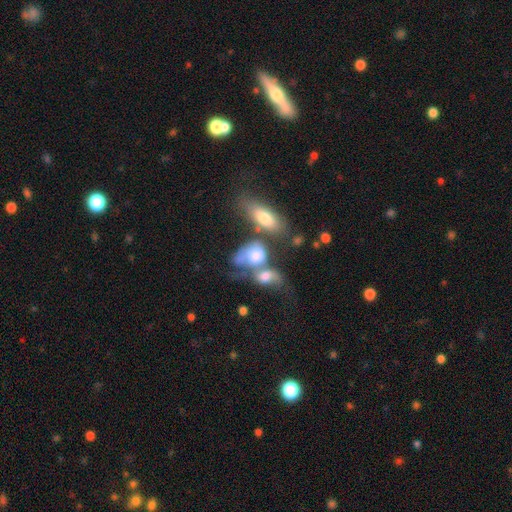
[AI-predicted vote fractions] A smooth galaxy with no disk features (60%) that is in between round and cigar-shaped (76%).

Vote fractions:
- Smooth or featured? smooth: 60% / featured or disk: 30% / star or artifact: 10%
- How rounded? in between: 76% / round: 21% / cigar-shaped: 3%
- Merging? merger: 62% / none: 14% / major disturbance: 14% / minor disturbance: 10%